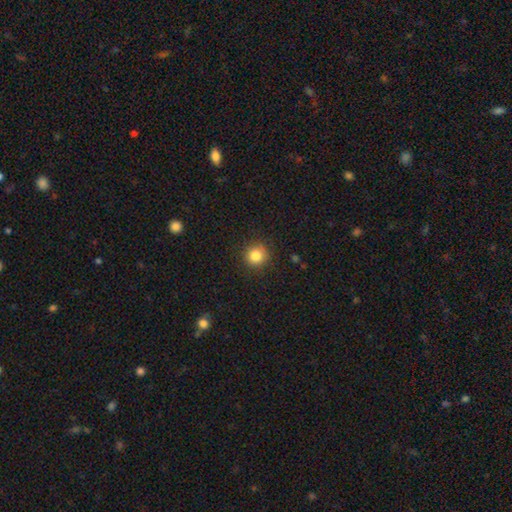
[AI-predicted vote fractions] Smooth or featured?
  - smooth: 84% *
  - star or artifact: 11%
  - featured or disk: 5%
How rounded?
  - round: 92% *
  - in between: 7%
  - cigar-shaped: 1%
Merging?
  - none: 88% *
  - minor disturbance: 8%
  - major disturbance: 2%
  - merger: 1%